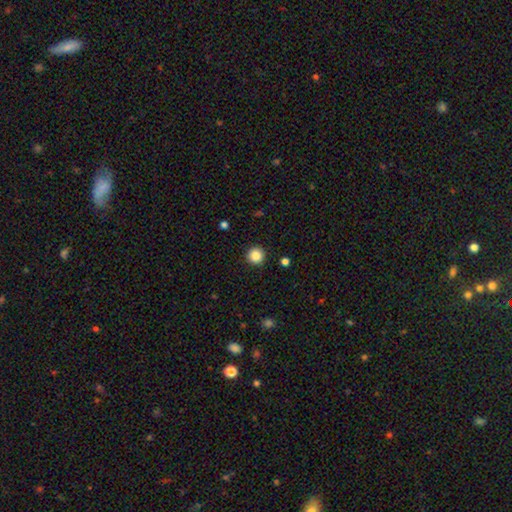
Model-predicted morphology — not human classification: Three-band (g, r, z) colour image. It shows a smooth galaxy with no disk features (87%) that is round (96%). Merging: none (93%).